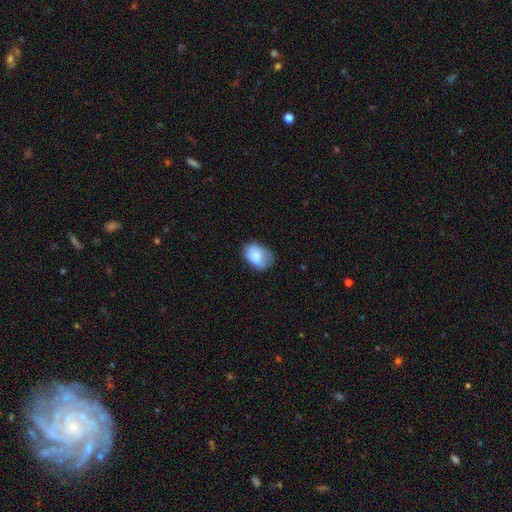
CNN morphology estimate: A smooth galaxy with no disk features (79%) that is in between round and cigar-shaped (83%).

Vote fractions:
- Smooth or featured? smooth: 79% / featured or disk: 14% / star or artifact: 7%
- How rounded? in between: 83% / round: 16% / cigar-shaped: 1%
- Merging? none: 63% / minor disturbance: 28% / major disturbance: 8% / merger: 1%